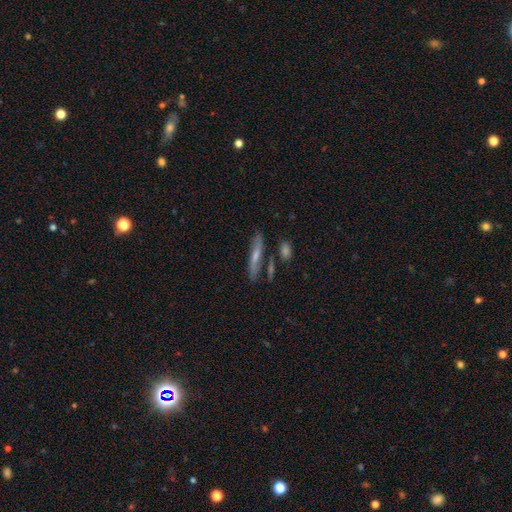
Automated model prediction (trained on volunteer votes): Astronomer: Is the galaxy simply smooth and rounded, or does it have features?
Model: featured or disk — 46% (runner-up: smooth, 45%).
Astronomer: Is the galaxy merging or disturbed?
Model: none — 69%.